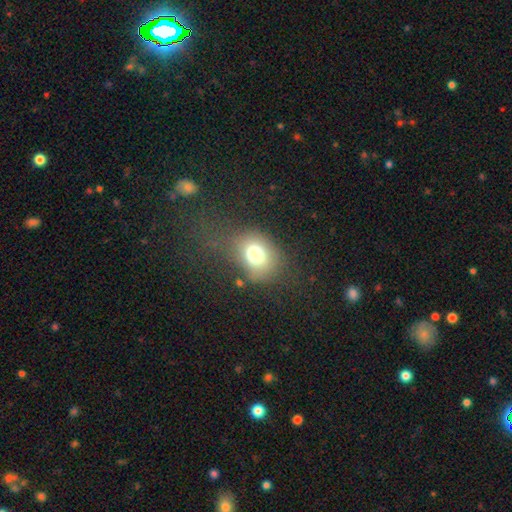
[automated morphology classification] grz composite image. It shows a smooth galaxy with no disk features (73%) that is in between round and cigar-shaped (54%). Merging: none (50%).